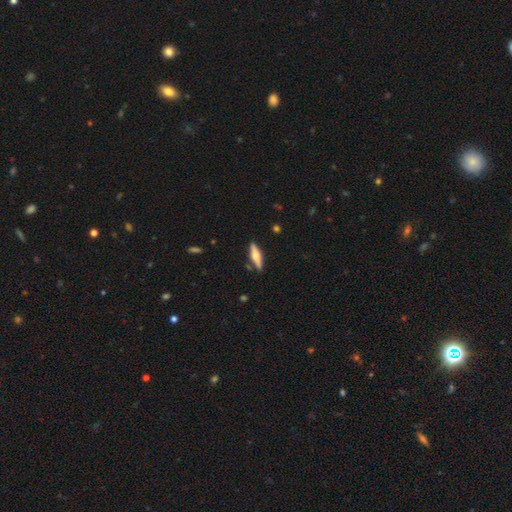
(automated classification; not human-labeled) A featured or disk galaxy (49%).

Vote fractions:
- Smooth or featured? featured or disk: 49% / smooth: 46% / star or artifact: 6%
- Merging? none: 83% / minor disturbance: 12% / merger: 3% / major disturbance: 2%